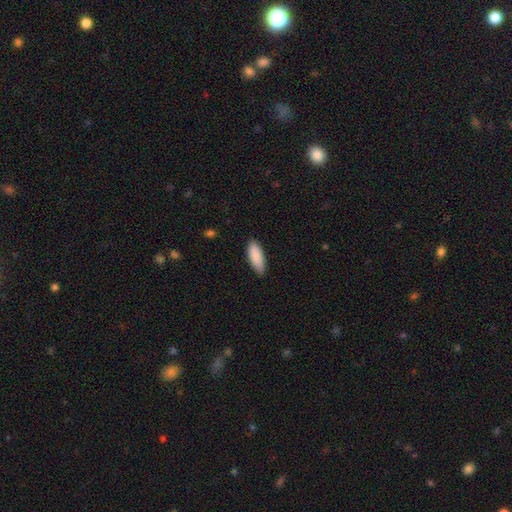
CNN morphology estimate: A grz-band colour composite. It shows a smooth galaxy with no disk features (90%) that is in between round and cigar-shaped (70%). Merging: none (85%).